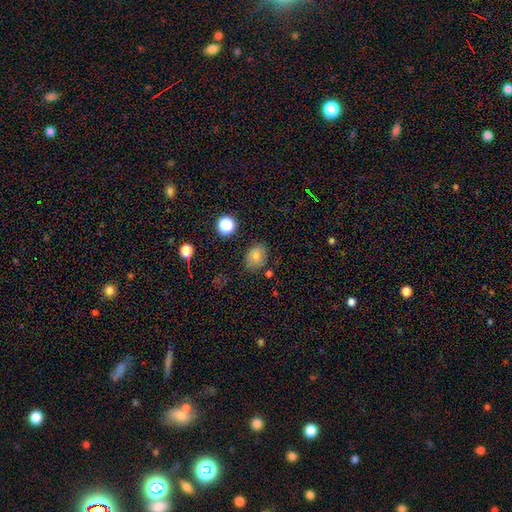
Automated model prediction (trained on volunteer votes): Smooth or featured? Predicted: smooth (p=0.66). How rounded? Predicted: round (p=0.52). Merging? Predicted: none (p=0.77).